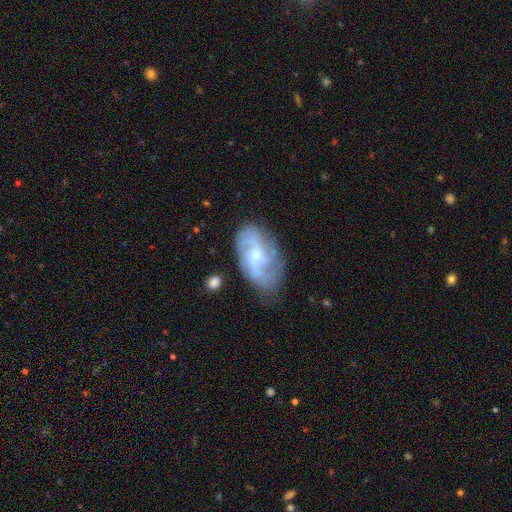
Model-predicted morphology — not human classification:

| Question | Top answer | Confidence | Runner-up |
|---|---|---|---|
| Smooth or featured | featured or disk | 78% | smooth (16%) |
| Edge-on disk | no | 96% | yes (4%) |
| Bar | no | 54% | weak (39%) |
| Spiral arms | yes | 93% | no (7%) |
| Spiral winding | medium | 45% | tight (29%) |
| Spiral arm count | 2 | 38% | can't tell (24%) |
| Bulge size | small | 58% | moderate (37%) |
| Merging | none | 69% | minor disturbance (21%) |